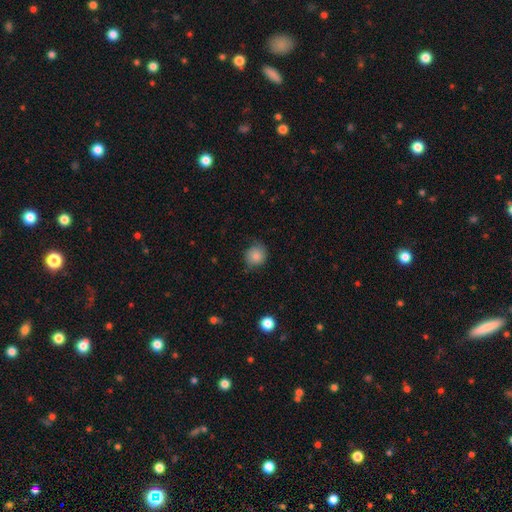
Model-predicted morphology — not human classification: smooth 84%, star or artifact 9%, featured or disk 8%. Down the decision tree: how rounded — round (85%); merging — none (69%).